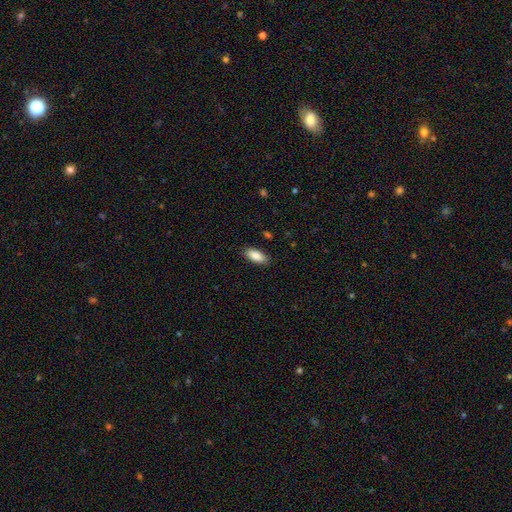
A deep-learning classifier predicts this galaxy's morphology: Smooth or featured?
  - smooth: 88% *
  - star or artifact: 6%
  - featured or disk: 6%
How rounded?
  - in between: 86% *
  - cigar-shaped: 12%
  - round: 2%
Merging?
  - none: 88% *
  - minor disturbance: 9%
  - major disturbance: 2%
  - merger: 1%